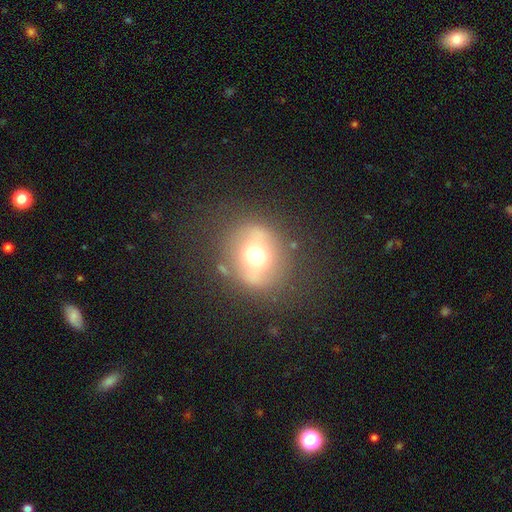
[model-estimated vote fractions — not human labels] A smooth galaxy with no disk features (52%) that is round (77%).

Vote fractions:
- Smooth or featured? smooth: 52% / featured or disk: 34% / star or artifact: 14%
- How rounded? round: 77% / in between: 22% / cigar-shaped: 1%
- Merging? none: 76% / minor disturbance: 13% / major disturbance: 8% / merger: 3%